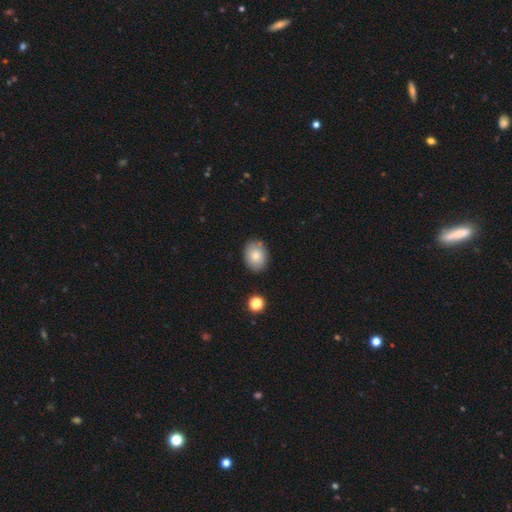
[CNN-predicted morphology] Smooth or featured? Predicted: smooth (p=0.82). How rounded? Predicted: in between (p=0.64). Merging? Predicted: none (p=0.82).